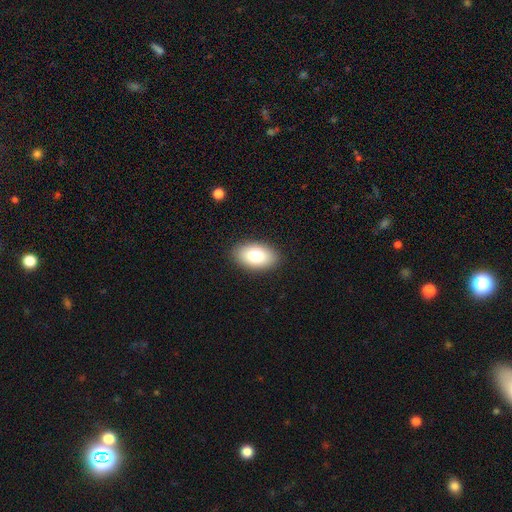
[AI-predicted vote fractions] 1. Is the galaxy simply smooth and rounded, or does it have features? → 80% smooth, 12% featured or disk, 7% star or artifact.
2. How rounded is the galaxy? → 93% in between, 6% round, 1% cigar-shaped.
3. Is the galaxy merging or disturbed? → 89% none, 8% minor disturbance, 2% major disturbance, 1% merger.